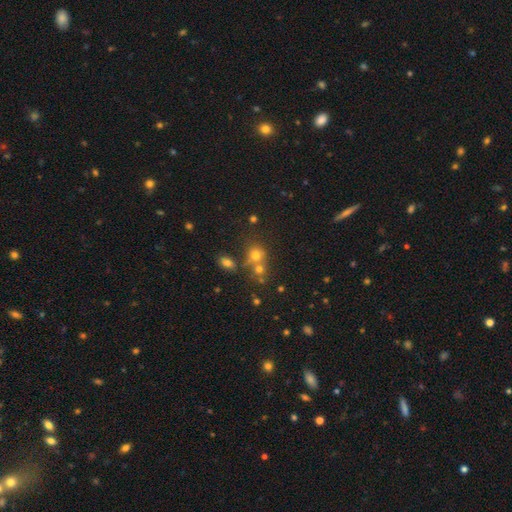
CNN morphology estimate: This is likely a smooth galaxy (67%). How rounded: likely round (76%). Merging: possibly none (50%).